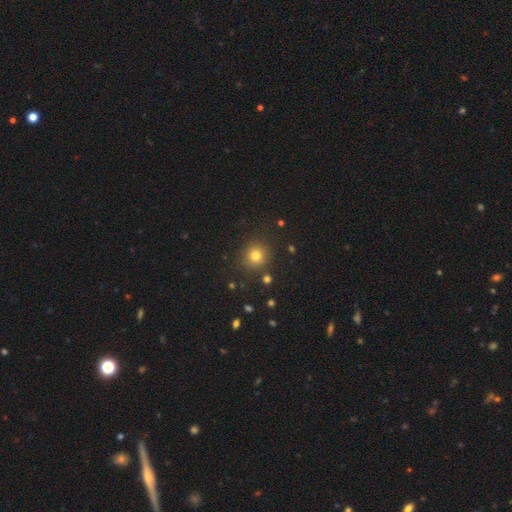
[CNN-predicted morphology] Smooth or featured? Predicted: smooth (p=0.78). How rounded? Predicted: round (p=0.90). Merging? Predicted: none (p=0.87).